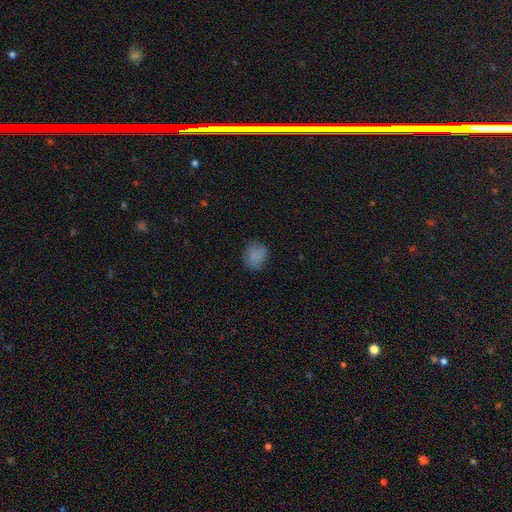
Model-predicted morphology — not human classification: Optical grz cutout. It shows a smooth galaxy with no disk features (81%) that is round (71%). Merging: none (74%).